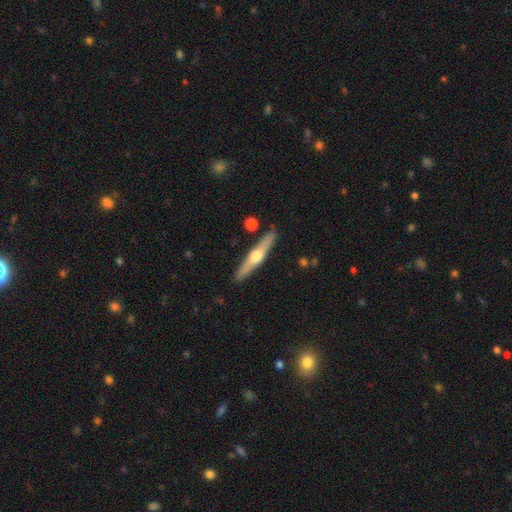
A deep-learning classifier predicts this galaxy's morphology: A featured or disk galaxy (64%) viewed edge-on (96%) with a rounded central bulge (93%). Merging: none (89%).